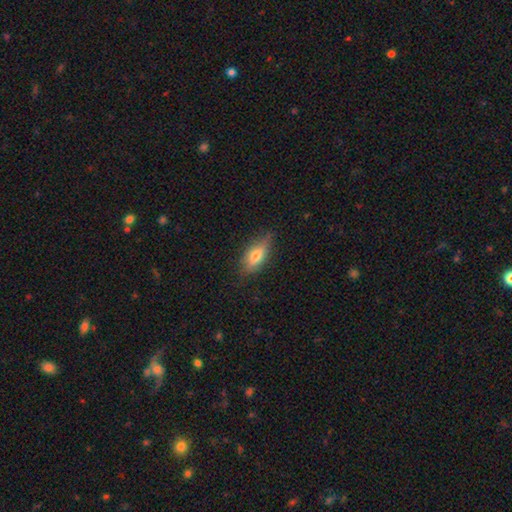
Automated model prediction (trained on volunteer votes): Overall: smooth (63%; featured or disk 29%). How rounded: in between (73%). Merging: none (74%).